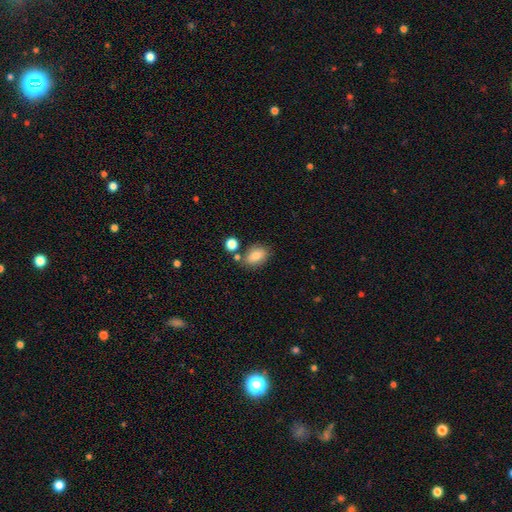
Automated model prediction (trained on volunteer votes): Smooth or featured? Predicted: smooth (p=0.83). How rounded? Predicted: in between (p=0.82). Merging? Predicted: none (p=0.72).